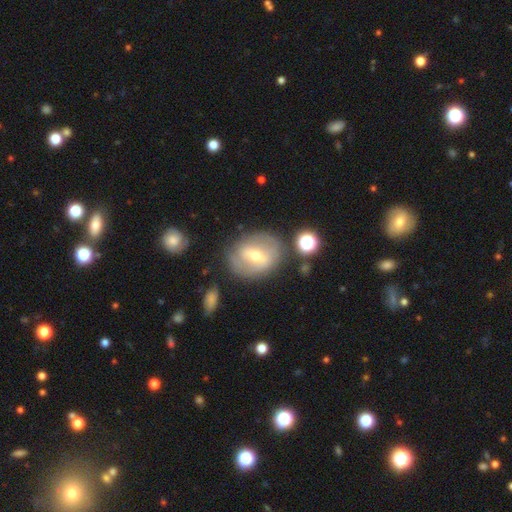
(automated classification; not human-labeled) featured or disk 63%, smooth 29%, star or artifact 8%. Down the decision tree: edge-on disk — no (93%); bar — weak (43%); spiral arms — yes (58%); bulge size — moderate (58%); merging — none (74%).